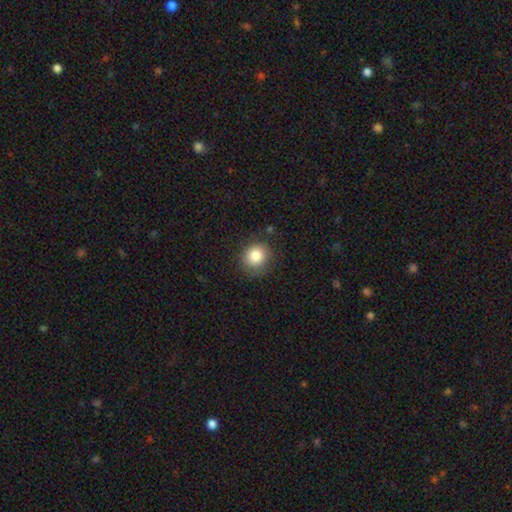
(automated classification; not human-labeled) Overall: smooth (83%). How rounded: round (85%). Merging: none (83%).